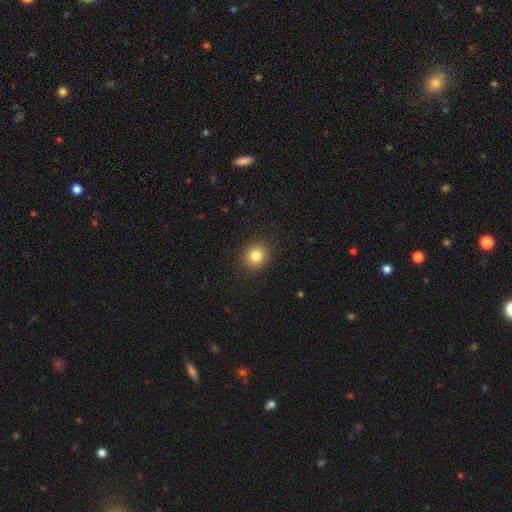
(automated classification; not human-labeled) smooth 83%, star or artifact 11%, featured or disk 6%. Down the decision tree: how rounded — round (84%); merging — none (91%).